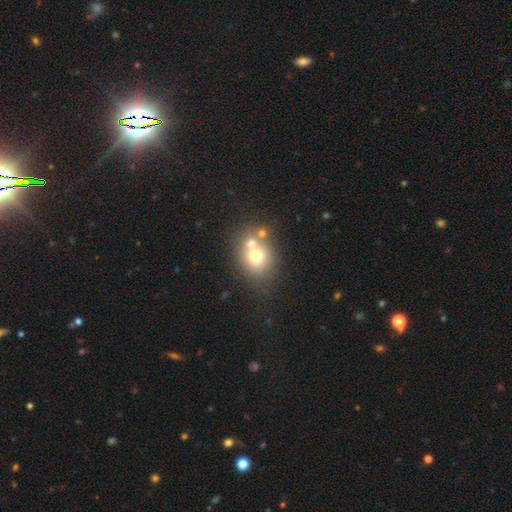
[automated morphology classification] This is likely a smooth galaxy (66%). How rounded: likely round (61%). Merging: possibly none (51%).